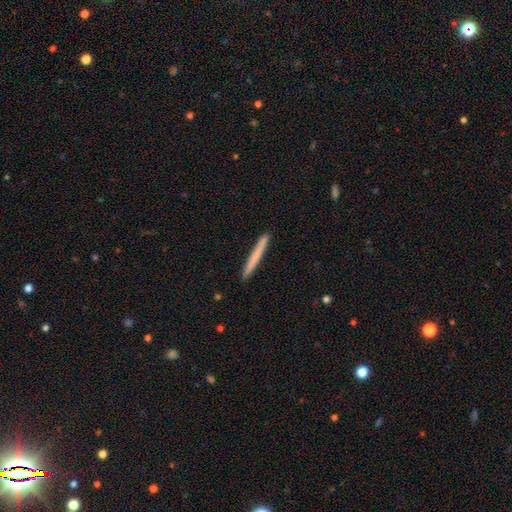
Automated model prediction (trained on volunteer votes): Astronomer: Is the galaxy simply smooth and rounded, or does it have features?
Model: smooth — 67%.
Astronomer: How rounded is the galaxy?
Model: cigar-shaped — 97%.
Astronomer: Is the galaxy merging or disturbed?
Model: none — 93%.